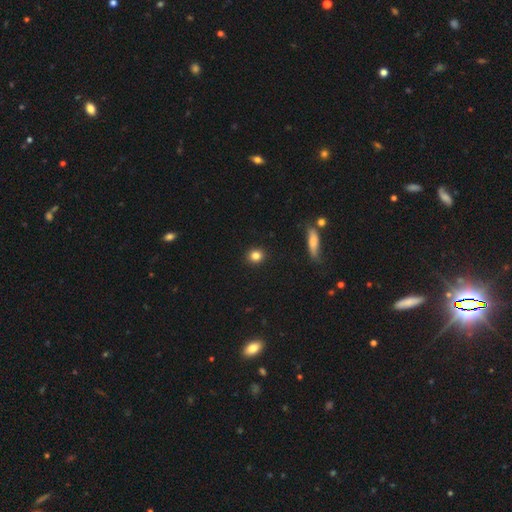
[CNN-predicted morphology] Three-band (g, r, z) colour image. It shows a smooth galaxy with no disk features (84%) that is round (82%). Merging: none (91%).